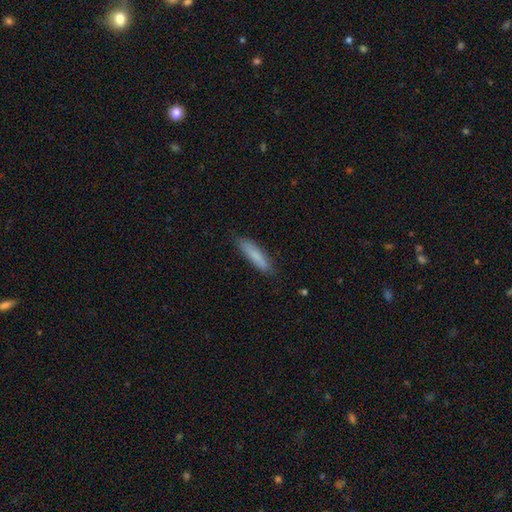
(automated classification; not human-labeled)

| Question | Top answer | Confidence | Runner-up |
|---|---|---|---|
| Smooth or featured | smooth | 79% | featured or disk (15%) |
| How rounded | cigar-shaped | 76% | in between (22%) |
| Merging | none | 83% | minor disturbance (13%) |